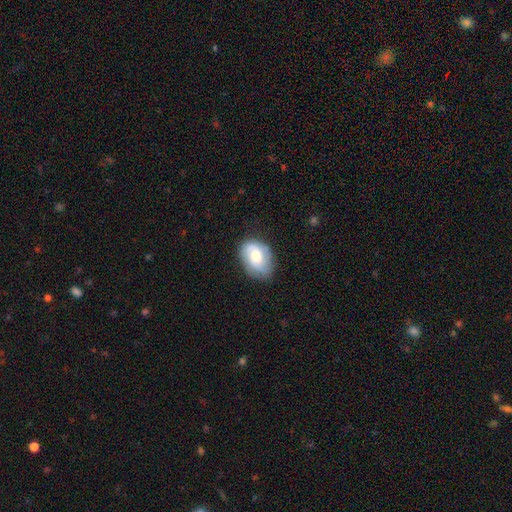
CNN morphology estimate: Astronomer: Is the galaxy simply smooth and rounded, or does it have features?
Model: smooth — 53% (runner-up: featured or disk, 40%).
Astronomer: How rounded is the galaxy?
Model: in between — 80%.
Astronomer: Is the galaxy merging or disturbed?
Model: none — 70%.